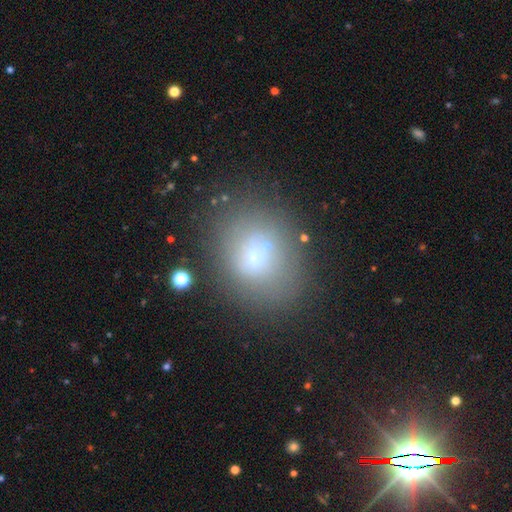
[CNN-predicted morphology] type=smooth (57%); roundness=round (54%); merging=none (68%).